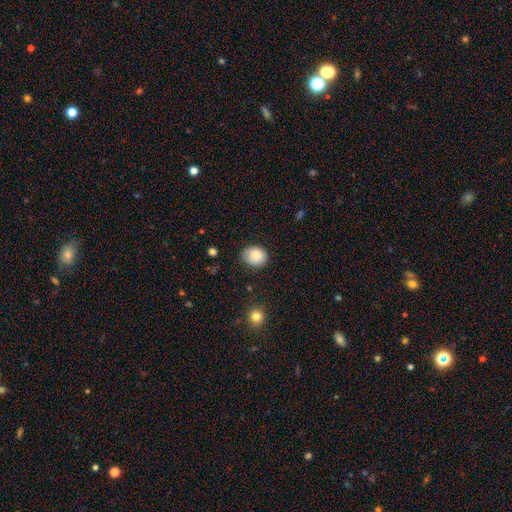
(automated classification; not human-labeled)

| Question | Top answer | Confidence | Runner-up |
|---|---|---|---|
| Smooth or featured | smooth | 86% | star or artifact (8%) |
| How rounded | round | 60% | in between (39%) |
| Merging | none | 79% | minor disturbance (16%) |